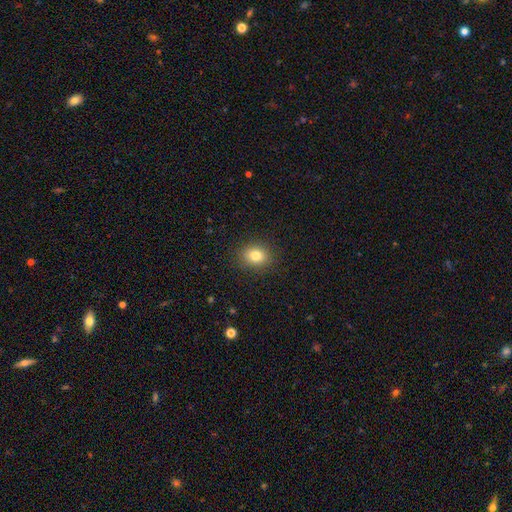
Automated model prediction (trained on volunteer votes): Q: Smooth or featured?
A: smooth (81%); runner-up: star or artifact (11%)
Q: How rounded?
A: round (54%); runner-up: in between (45%)
Q: Merging?
A: none (89%); runner-up: minor disturbance (8%)